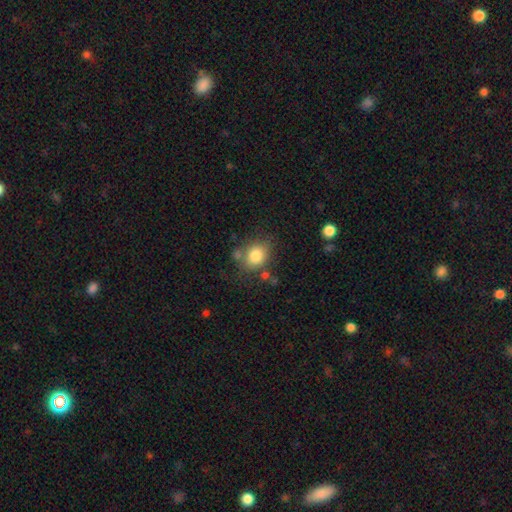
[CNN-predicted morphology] Smooth or featured?
  - smooth: 81% *
  - star or artifact: 10%
  - featured or disk: 9%
How rounded?
  - round: 61% *
  - in between: 38%
  - cigar-shaped: 1%
Merging?
  - none: 66% *
  - minor disturbance: 17%
  - merger: 11%
  - major disturbance: 6%